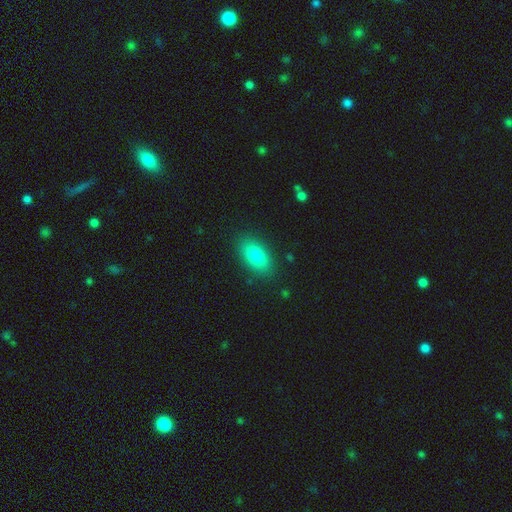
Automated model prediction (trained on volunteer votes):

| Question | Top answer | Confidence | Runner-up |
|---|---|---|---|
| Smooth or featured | smooth | 83% | featured or disk (9%) |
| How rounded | in between | 90% | cigar-shaped (5%) |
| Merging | none | 86% | minor disturbance (10%) |